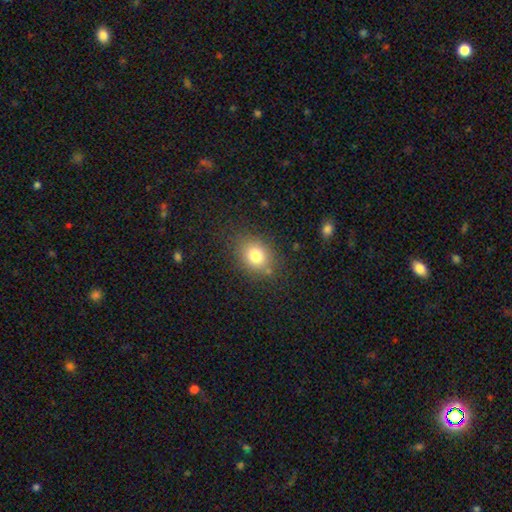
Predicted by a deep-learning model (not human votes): The model was most divided on "how rounded": in between: 53%, round: 46%, cigar-shaped: 1%. More confident: merging — none (81%); smooth or featured — smooth (78%).